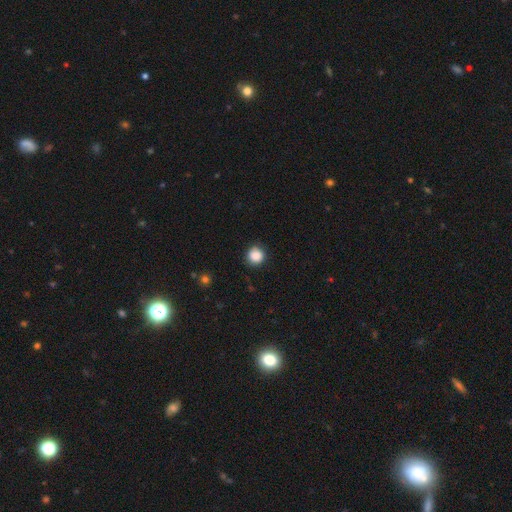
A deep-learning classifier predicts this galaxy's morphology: Smooth or featured? smooth (87%)
How rounded? round (93%)
Merging? none (86%)